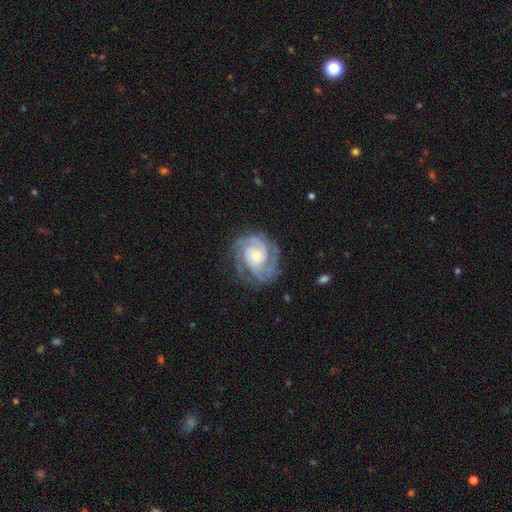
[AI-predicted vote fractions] featured or disk 88%, smooth 7%, star or artifact 5%. Down the decision tree: edge-on disk — no (98%); bar — no (72%); spiral arms — yes (97%); spiral arm count — 3 (35%); spiral winding — tight (61%); bulge size — moderate (43%); merging — none (75%).